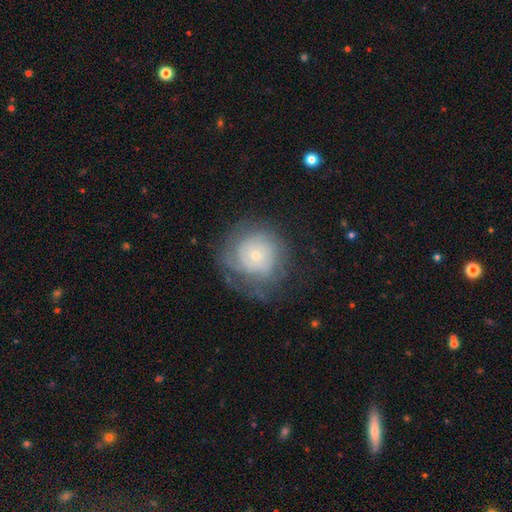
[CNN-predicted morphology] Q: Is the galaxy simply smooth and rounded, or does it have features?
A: featured or disk — 62%.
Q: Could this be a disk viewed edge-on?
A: no — 97%.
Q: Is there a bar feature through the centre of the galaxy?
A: no — 84%.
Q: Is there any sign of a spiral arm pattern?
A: yes — 80%.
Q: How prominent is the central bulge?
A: small — 73%.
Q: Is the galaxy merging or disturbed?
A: none — 66%.